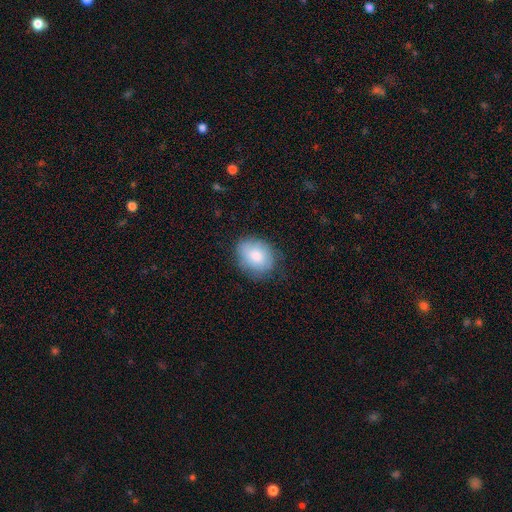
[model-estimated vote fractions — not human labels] A smooth galaxy with no disk features (79%) that is in between round and cigar-shaped (55%).

Vote fractions:
- Smooth or featured? smooth: 79% / featured or disk: 14% / star or artifact: 7%
- How rounded? in between: 55% / round: 44% / cigar-shaped: 1%
- Merging? none: 71% / minor disturbance: 22% / major disturbance: 6% / merger: 1%